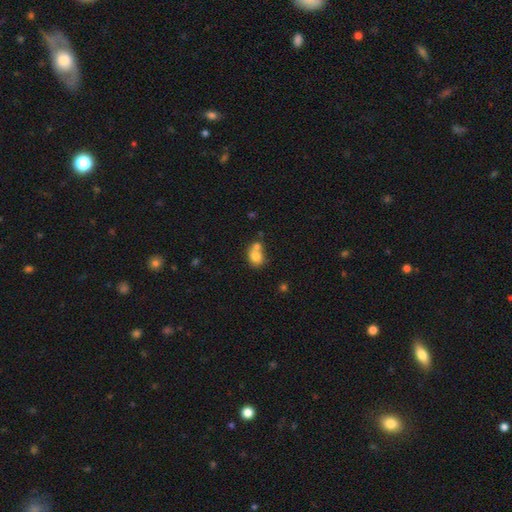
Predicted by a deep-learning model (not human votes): A smooth galaxy with no disk features (76%) that is round (58%). Merging: merger (53%).